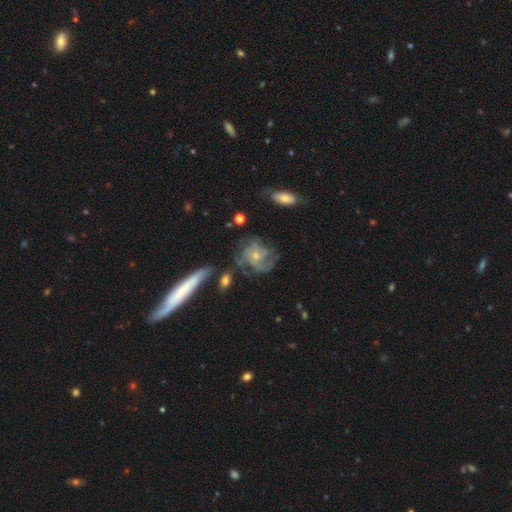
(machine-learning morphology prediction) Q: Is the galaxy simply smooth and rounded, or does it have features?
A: featured or disk — 73%.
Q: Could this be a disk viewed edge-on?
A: no — 97%.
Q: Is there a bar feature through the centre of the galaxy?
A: no — 77%.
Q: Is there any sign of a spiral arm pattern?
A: yes — 84%.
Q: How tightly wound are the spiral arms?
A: medium — 42%.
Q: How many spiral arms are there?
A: can't tell — 35%.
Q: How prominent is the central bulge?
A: small — 70%.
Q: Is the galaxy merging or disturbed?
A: none — 48%.